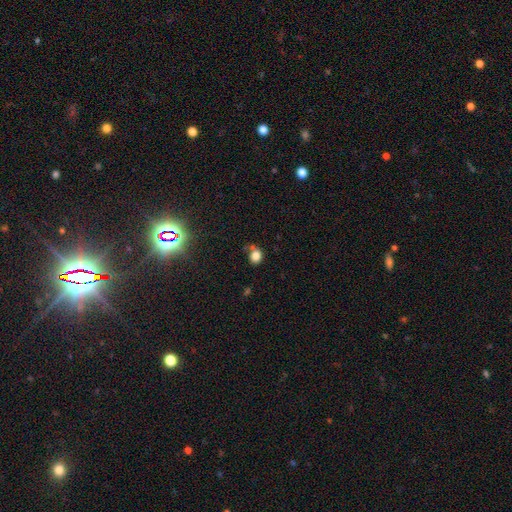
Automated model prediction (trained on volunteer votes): Morphology: type=smooth (79%); roundness=round (58%); merging=none (54%).